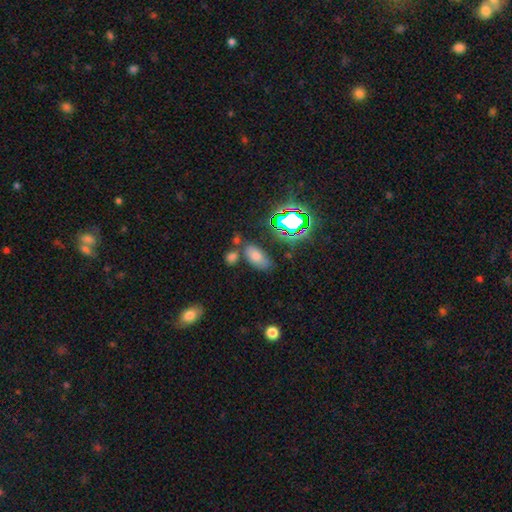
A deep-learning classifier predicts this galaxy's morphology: This appears to be a smooth galaxy with no disk features (62%) that is in between round and cigar-shaped (89%). Merging: none (69%).